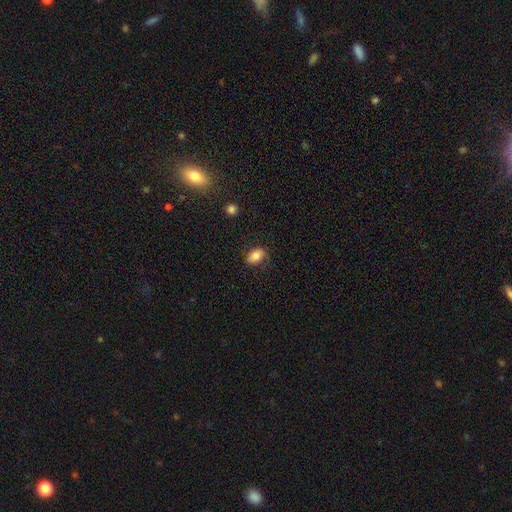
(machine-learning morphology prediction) A smooth galaxy with no disk features (80%) that is in between round and cigar-shaped (88%).

Vote fractions:
- Smooth or featured? smooth: 80% / featured or disk: 12% / star or artifact: 8%
- How rounded? in between: 88% / round: 10% / cigar-shaped: 2%
- Merging? none: 73% / minor disturbance: 20% / major disturbance: 6% / merger: 1%